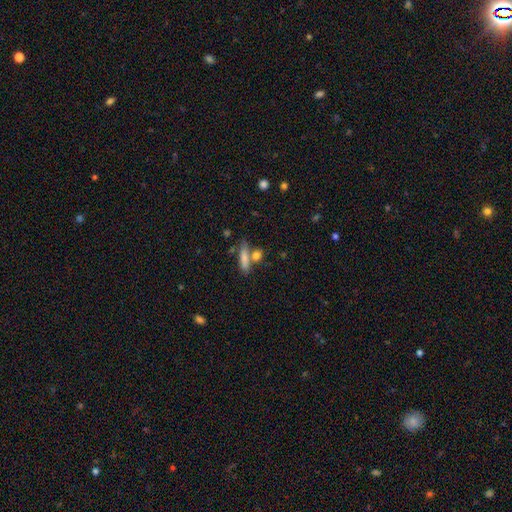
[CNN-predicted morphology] smooth 78%, featured or disk 13%, star or artifact 9%. Down the decision tree: how rounded — cigar-shaped (45%); merging — none (59%).